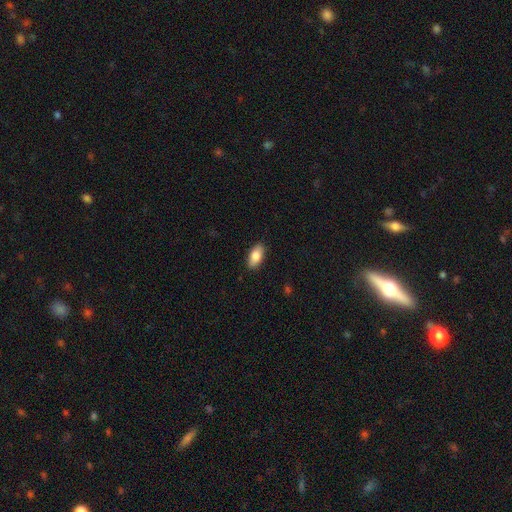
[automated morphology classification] type=smooth (84%); roundness=in between (91%); merging=none (88%).